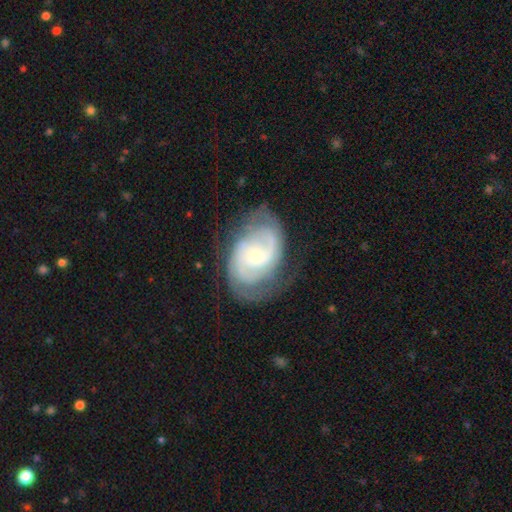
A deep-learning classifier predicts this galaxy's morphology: This is clearly a featured or disk galaxy (84%). It is clearly not viewed edge-on (97%). Bar: possibly no (57%). Spiral arm pattern: clearly yes (95%). Spiral arm count: likely 2 (65%). Spiral winding: marginally tight (44%). Central bulge: likely small (61%). Merging: likely none (68%).